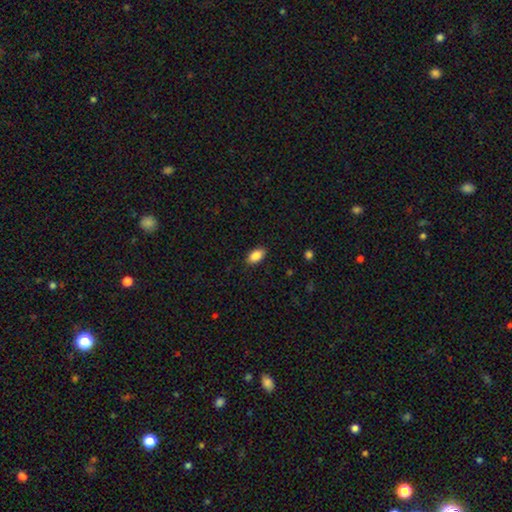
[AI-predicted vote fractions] Smooth or featured? Predicted: smooth (p=0.88). How rounded? Predicted: in between (p=0.93). Merging? Predicted: none (p=0.88).